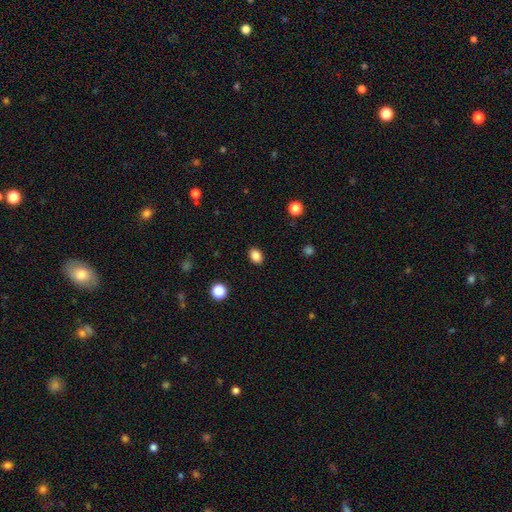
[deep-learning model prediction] Smooth or featured: smooth — 85% (star or artifact — 11%)
How rounded: in between — 65% (round — 34%)
Merging: none — 89% (minor disturbance — 7%)